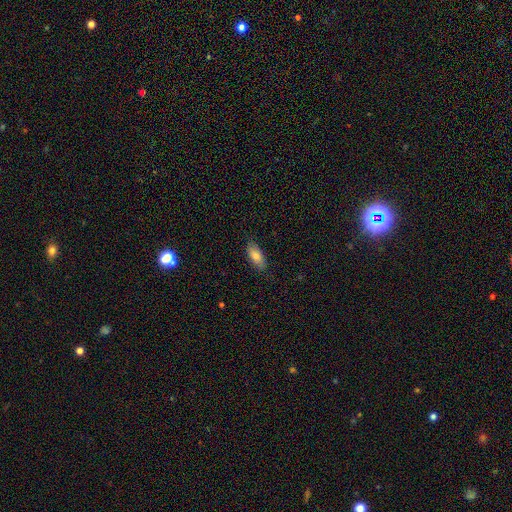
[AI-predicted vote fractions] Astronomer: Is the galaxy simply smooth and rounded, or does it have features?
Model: smooth — 80%.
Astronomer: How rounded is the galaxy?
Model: in between — 84%.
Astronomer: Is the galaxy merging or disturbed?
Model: none — 84%.